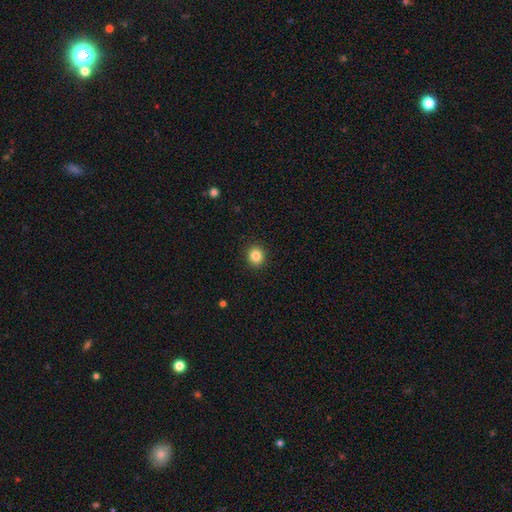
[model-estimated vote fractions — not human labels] A smooth galaxy with no disk features (84%) that is round (86%).

Vote fractions:
- Smooth or featured? smooth: 84% / star or artifact: 11% / featured or disk: 5%
- How rounded? round: 86% / in between: 14% / cigar-shaped: 1%
- Merging? none: 92% / minor disturbance: 5% / major disturbance: 2% / merger: 1%